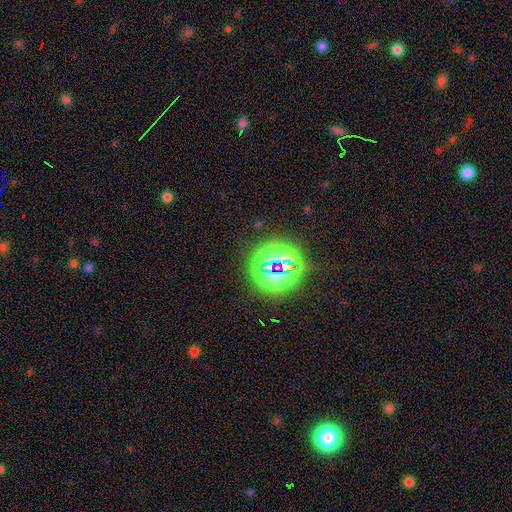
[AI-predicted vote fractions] smooth-or-featured: star or artifact: 80% | smooth: 14% | featured or disk: 7%